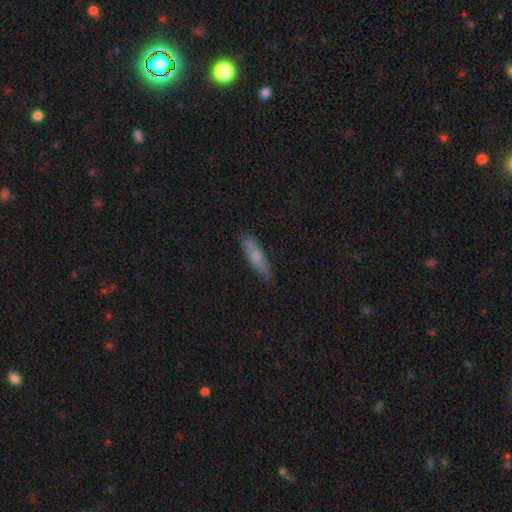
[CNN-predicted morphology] Smooth or featured?
  - smooth: 70% *
  - featured or disk: 23%
  - star or artifact: 7%
How rounded?
  - cigar-shaped: 64% *
  - in between: 34%
  - round: 2%
Merging?
  - none: 81% *
  - minor disturbance: 15%
  - major disturbance: 3%
  - merger: 1%